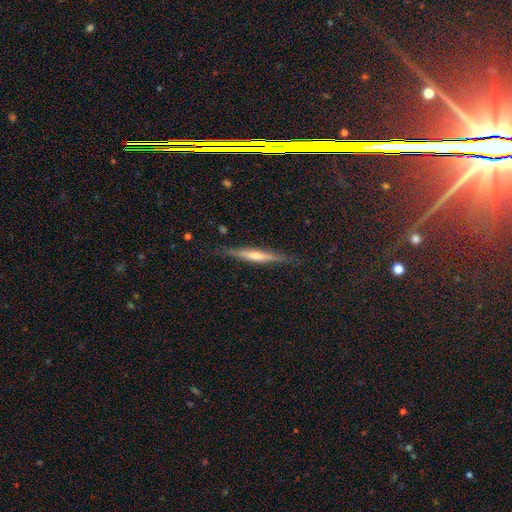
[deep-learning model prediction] Smooth or featured? Predicted: featured or disk (p=0.62). Edge-on disk? Predicted: yes (p=0.96). Edge-on bulge? Predicted: rounded (p=0.62). Merging? Predicted: none (p=0.85).